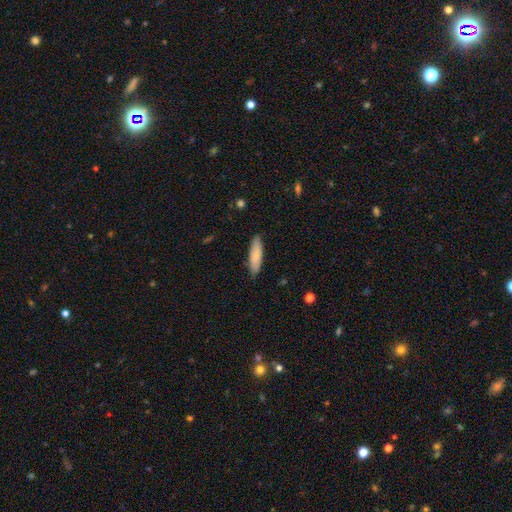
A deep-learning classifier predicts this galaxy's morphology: A smooth galaxy with no disk features (83%) that is cigar-shaped (60%). Merging: none (86%).